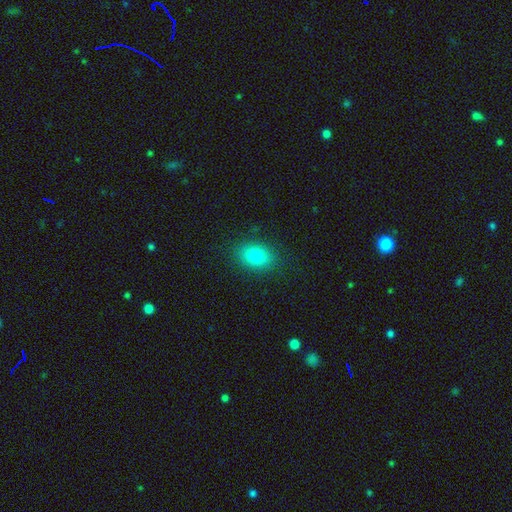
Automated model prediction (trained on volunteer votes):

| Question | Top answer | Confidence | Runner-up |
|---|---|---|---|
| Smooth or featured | smooth | 80% | star or artifact (10%) |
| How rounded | in between | 74% | round (25%) |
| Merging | none | 87% | minor disturbance (9%) |